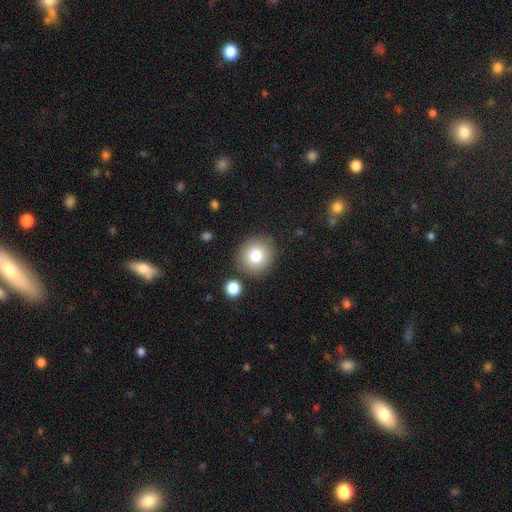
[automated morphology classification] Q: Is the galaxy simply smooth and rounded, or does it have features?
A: smooth — 80%.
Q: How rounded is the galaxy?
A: round — 89%.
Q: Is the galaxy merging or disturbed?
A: none — 83%.